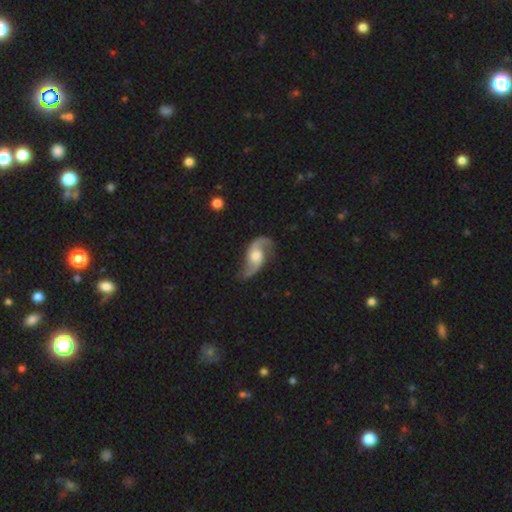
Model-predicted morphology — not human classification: featured or disk 89%, smooth 7%, star or artifact 4%. Down the decision tree: edge-on disk — no (96%); bar — no (60%); spiral arms — yes (97%); spiral arm count — 2 (93%); spiral winding — loose (65%); bulge size — moderate (50%); merging — none (75%).